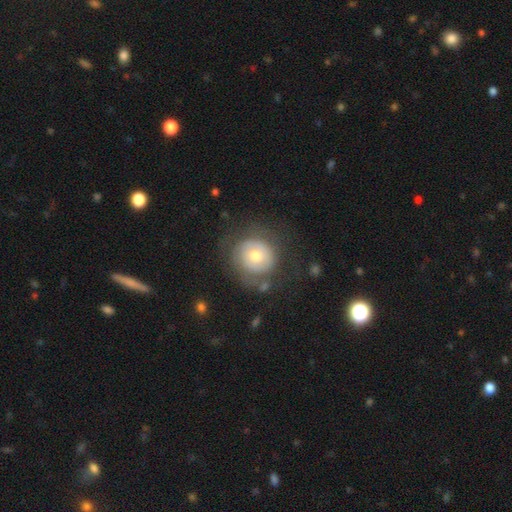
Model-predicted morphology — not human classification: Q: Smooth or featured?
A: smooth (46%); tied with: featured or disk (46%)
Q: Merging?
A: none (65%); runner-up: minor disturbance (19%)